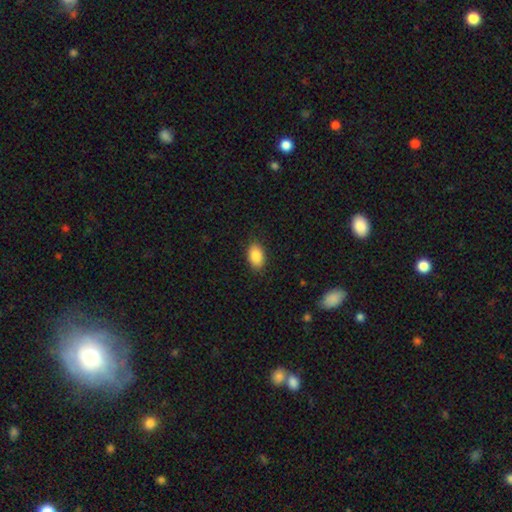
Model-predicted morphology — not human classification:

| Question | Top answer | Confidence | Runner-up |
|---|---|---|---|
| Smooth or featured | smooth | 88% | star or artifact (7%) |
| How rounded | in between | 91% | round (7%) |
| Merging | none | 87% | minor disturbance (10%) |